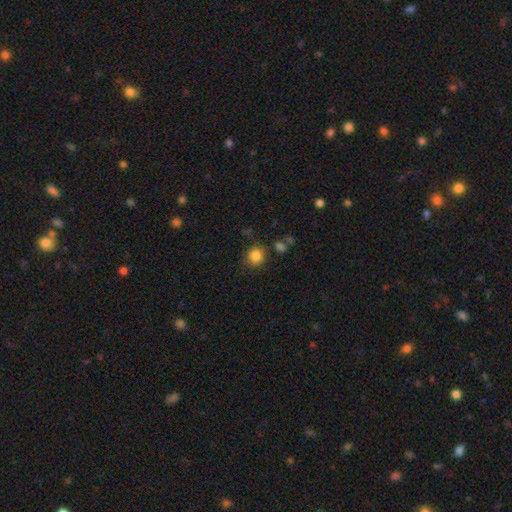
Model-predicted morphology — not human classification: Overall: smooth (85%). How rounded: round (82%). Merging: none (77%).